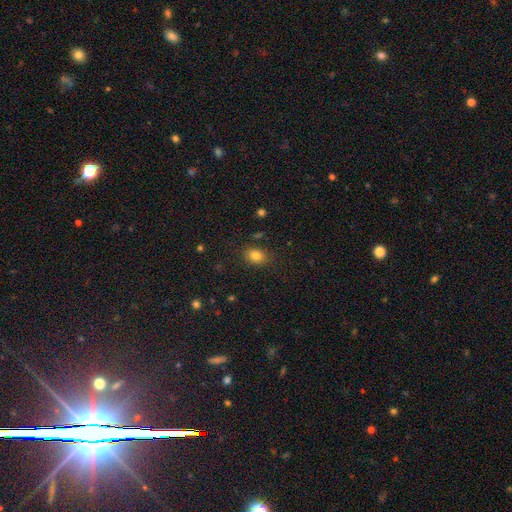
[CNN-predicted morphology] This appears to be a smooth galaxy with no disk features (82%) that is in between round and cigar-shaped (66%). Merging: none (82%).